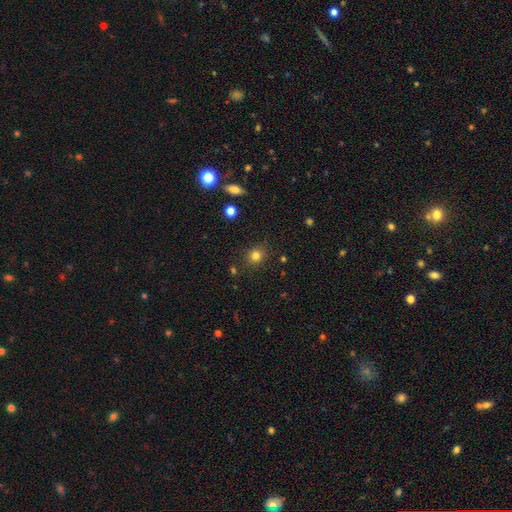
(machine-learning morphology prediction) A smooth galaxy with no disk features (79%) that is round (80%). Merging: none (86%).